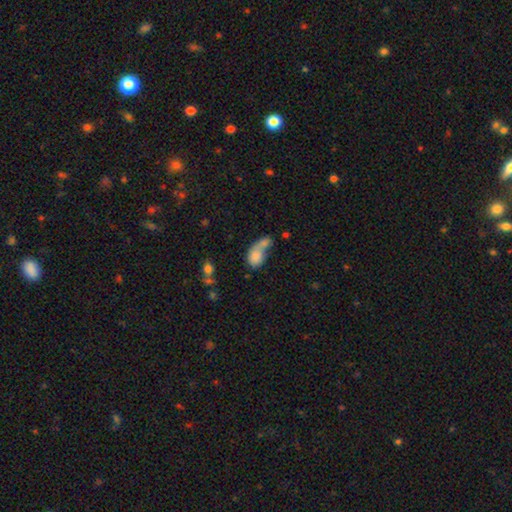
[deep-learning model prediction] This appears to be a smooth galaxy with no disk features (77%) that is in between round and cigar-shaped (75%). Merging: merger (60%).